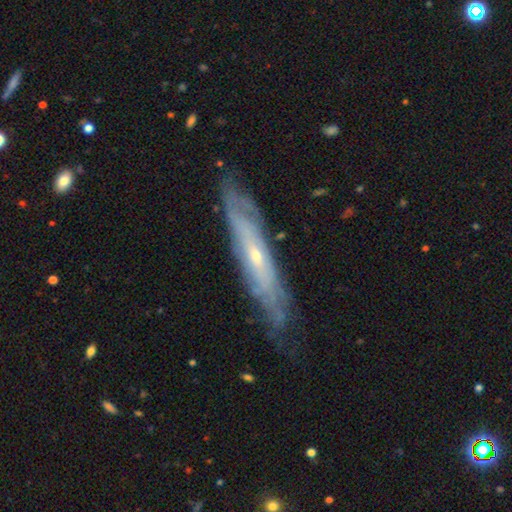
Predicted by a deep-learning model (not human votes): Smooth or featured? Predicted: featured or disk (p=0.79). Edge-on disk? Predicted: no (p=0.54). Merging? Predicted: none (p=0.76).